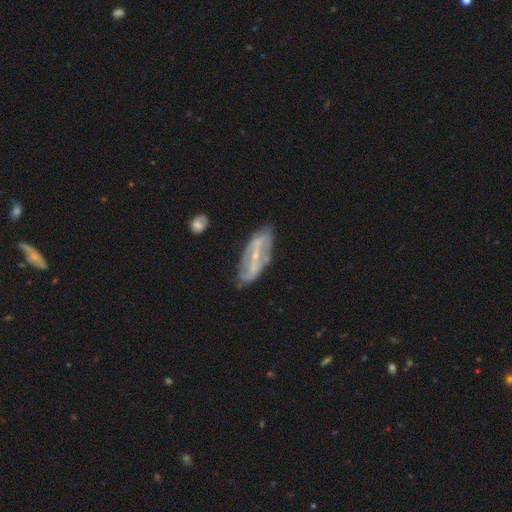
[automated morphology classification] A featured or disk galaxy (77%) with a strong bar (52%), spiral arms (72%) and a small central bulge (74%). Merging: none (70%).